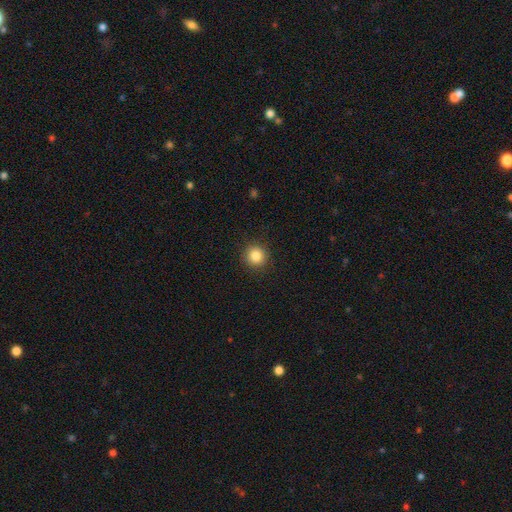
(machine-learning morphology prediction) smooth_or_featured: smooth (p=0.85) [alt: star or artifact p=0.10]
how_rounded: round (p=0.94) [alt: in between p=0.05]
merging: none (p=0.91) [alt: minor disturbance p=0.06]